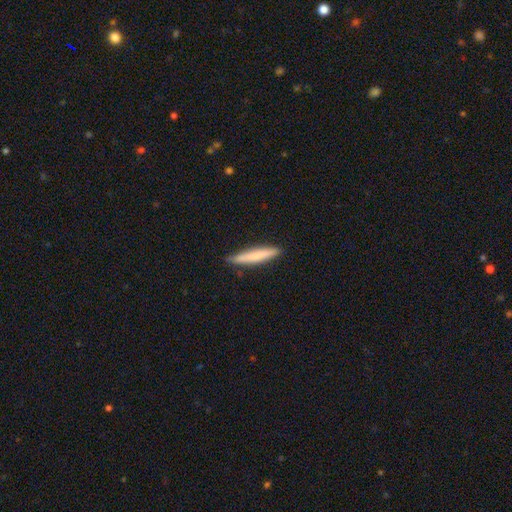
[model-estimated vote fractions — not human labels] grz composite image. It shows a smooth galaxy with no disk features (72%) that is cigar-shaped (93%). Merging: none (88%).